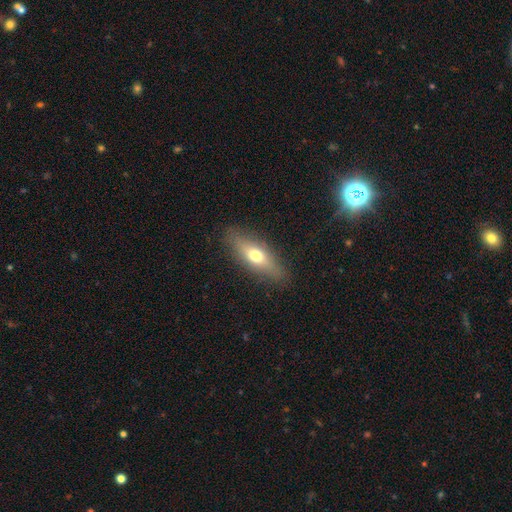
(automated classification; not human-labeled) smooth 60%, featured or disk 33%, star or artifact 7%. Down the decision tree: how rounded — in between (53%); merging — none (86%).